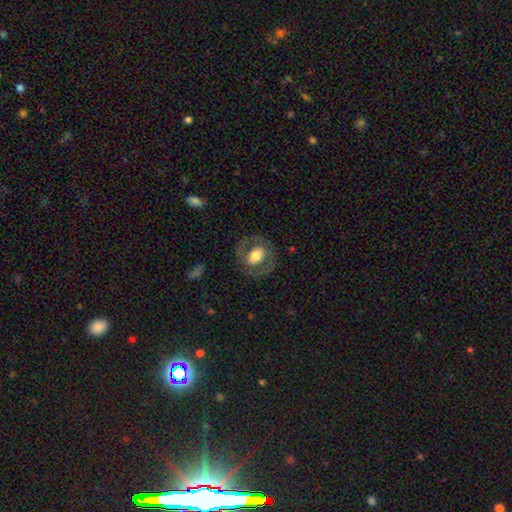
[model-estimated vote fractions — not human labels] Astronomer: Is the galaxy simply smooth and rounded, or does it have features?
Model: featured or disk — 53% (runner-up: smooth, 41%).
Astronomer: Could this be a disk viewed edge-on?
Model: no — 95%.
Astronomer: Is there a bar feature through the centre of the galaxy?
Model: no — 55%.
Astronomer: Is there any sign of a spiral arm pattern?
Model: no — 61% (runner-up: yes, 39%).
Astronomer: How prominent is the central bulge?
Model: moderate — 49% (runner-up: large, 38%).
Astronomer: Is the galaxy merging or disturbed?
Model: none — 77%.